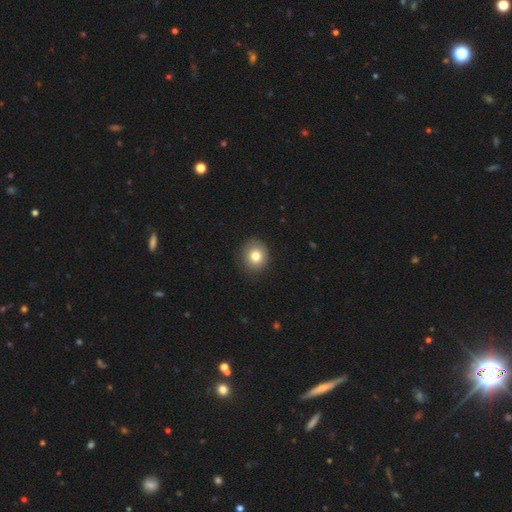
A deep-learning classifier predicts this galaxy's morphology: Smooth or featured? smooth (79%)
How rounded? round (80%)
Merging? none (87%)